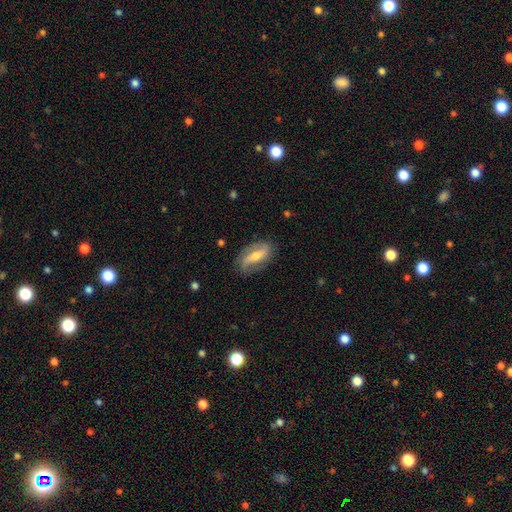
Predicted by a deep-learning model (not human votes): smooth_or_featured: featured or disk (p=0.70) [alt: smooth p=0.22]
disk_edge_on: no (p=0.89) [alt: yes p=0.11]
bar: strong (p=0.42) [alt: weak p=0.34]
has_spiral_arms: yes (p=0.87) [alt: no p=0.13]
spiral_winding: loose (p=0.42) [alt: medium p=0.35]
spiral_arm_count: 2 (p=0.84) [alt: can't tell p=0.08]
bulge_size: moderate (p=0.51) [alt: small p=0.41]
merging: none (p=0.79) [alt: minor disturbance p=0.15]